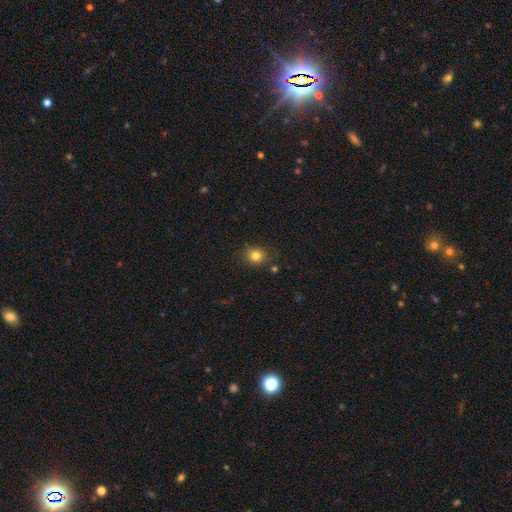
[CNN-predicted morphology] smooth 81%, star or artifact 13%, featured or disk 6%. Down the decision tree: how rounded — round (79%); merging — none (81%).